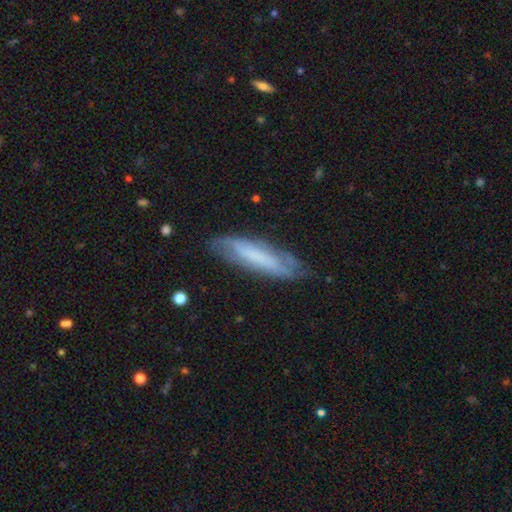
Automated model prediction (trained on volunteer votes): Overall: featured or disk (48%; smooth 45%). Merging: none (71%).